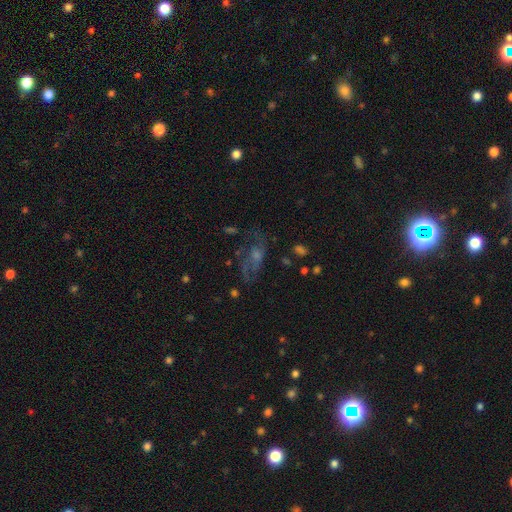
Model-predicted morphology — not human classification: Overall: featured or disk (57%; star or artifact 22%). Edge-on disk: no (92%). Bar: no (71%). Spiral arms: yes (67%; no 33%). Bulge size: small (40%; moderate 38%). Merging: none (51%; major disturbance 26%).